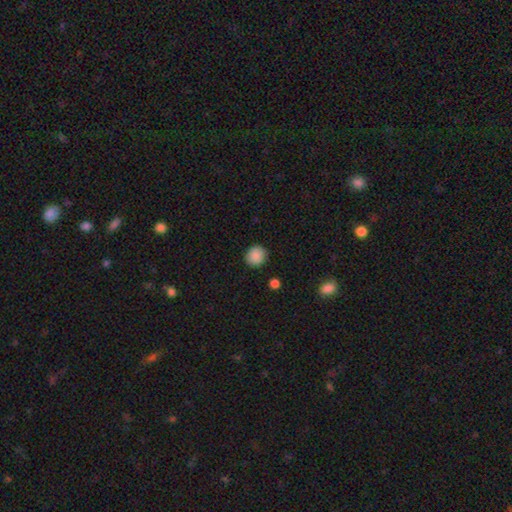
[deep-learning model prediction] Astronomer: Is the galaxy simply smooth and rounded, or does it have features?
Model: smooth — 88%.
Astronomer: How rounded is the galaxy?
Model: round — 89%.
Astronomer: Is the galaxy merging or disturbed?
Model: none — 89%.